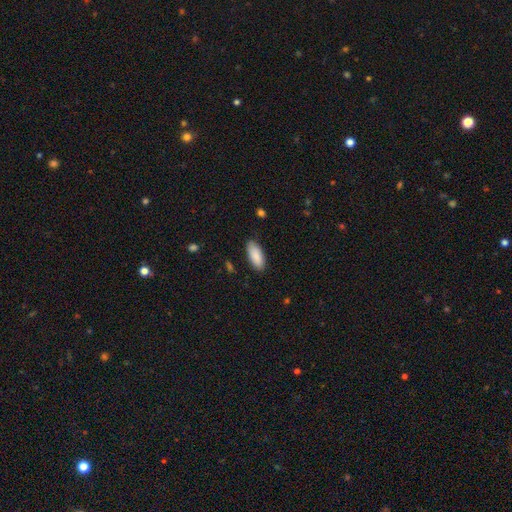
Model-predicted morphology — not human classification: Smooth or featured: smooth — 89% (star or artifact — 6%)
How rounded: in between — 84% (cigar-shaped — 14%)
Merging: none — 86% (minor disturbance — 11%)